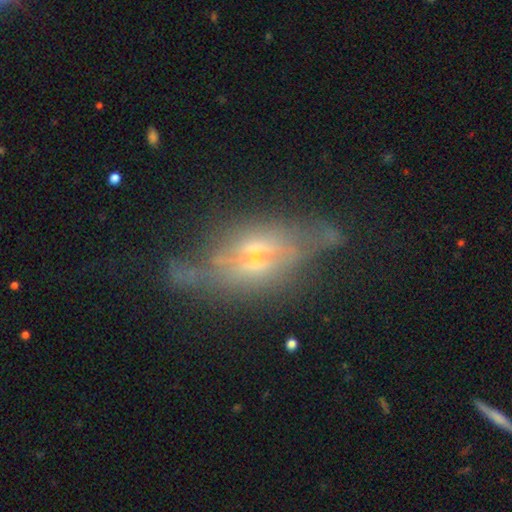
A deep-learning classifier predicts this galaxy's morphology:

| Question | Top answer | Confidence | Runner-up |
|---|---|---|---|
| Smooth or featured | featured or disk | 72% | smooth (18%) |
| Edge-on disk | yes | 63% | no (37%) |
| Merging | none | 54% | minor disturbance (23%) |